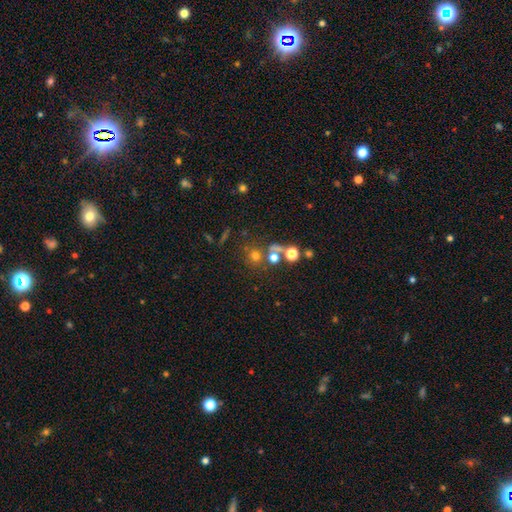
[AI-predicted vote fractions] A smooth galaxy with no disk features (57%) that is round (89%). Merging: none (64%).